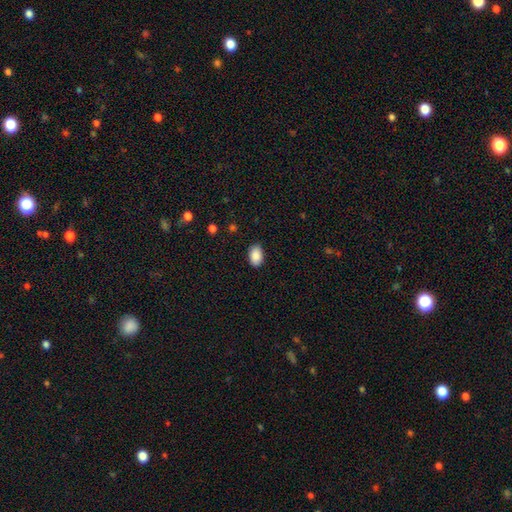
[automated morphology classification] This is clearly a smooth galaxy (90%). How rounded: clearly in between (88%). Merging: clearly none (88%).